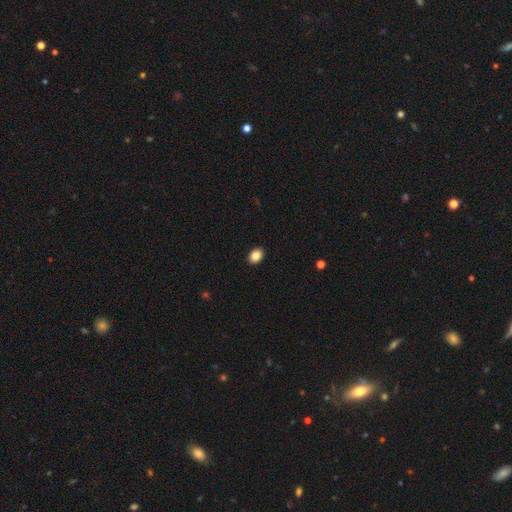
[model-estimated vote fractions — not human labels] A smooth galaxy with no disk features (87%) that is in between round and cigar-shaped (74%). Merging: none (91%).